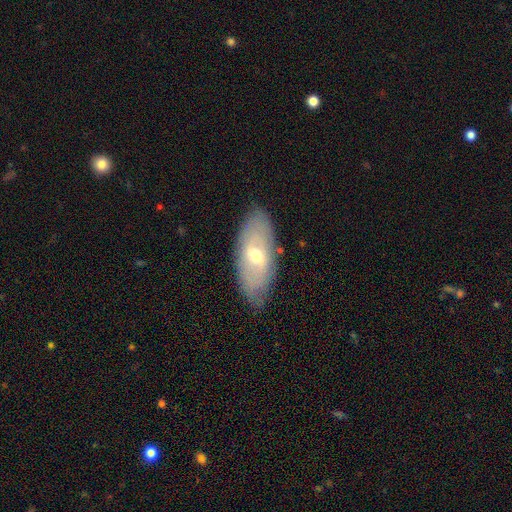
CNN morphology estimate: Smooth or featured? featured or disk (53%)
Edge-on disk? no (80%)
Merging? none (80%)